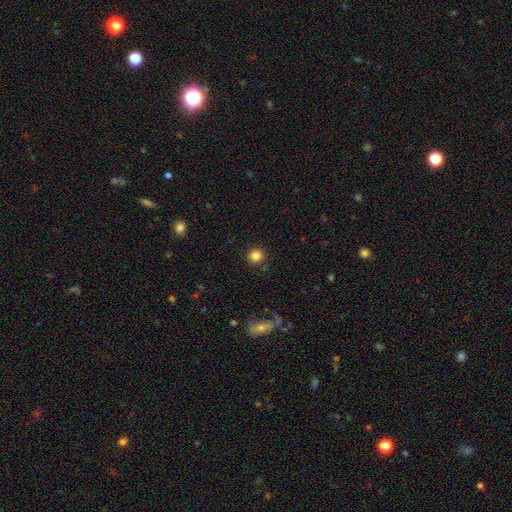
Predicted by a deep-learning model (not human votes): A smooth galaxy with no disk features (84%) that is round (94%). Merging: none (90%).